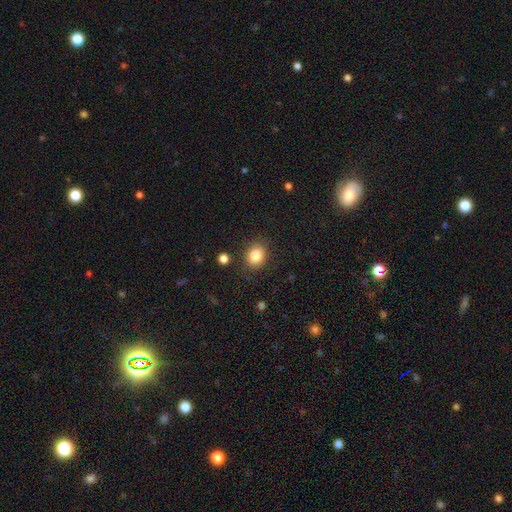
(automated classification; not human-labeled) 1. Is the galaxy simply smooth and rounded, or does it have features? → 85% smooth, 10% star or artifact, 6% featured or disk.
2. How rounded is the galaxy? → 60% round, 40% in between, 1% cigar-shaped.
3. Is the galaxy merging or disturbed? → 85% none, 9% minor disturbance, 3% major disturbance, 2% merger.